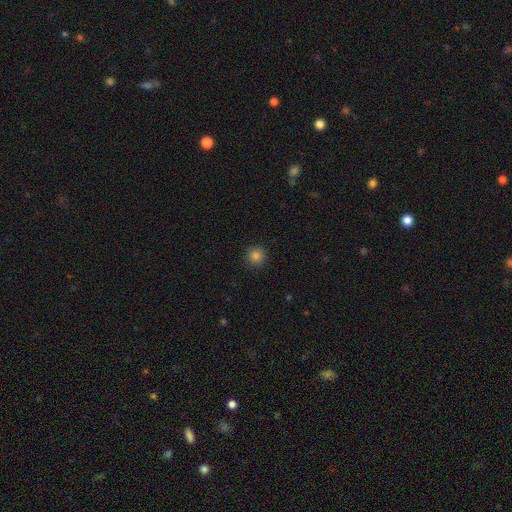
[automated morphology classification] type=smooth (84%); roundness=round (95%); merging=none (90%).